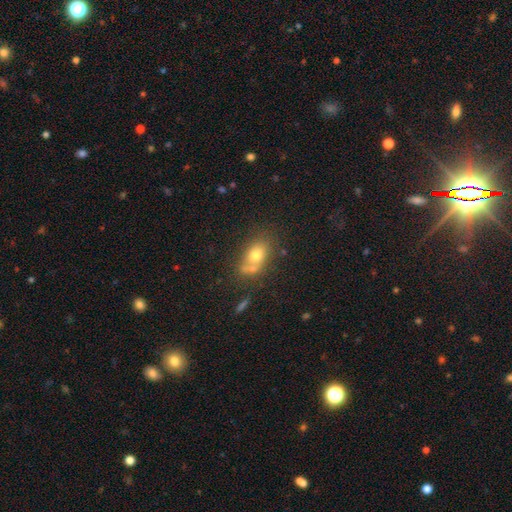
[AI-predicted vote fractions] A smooth galaxy with no disk features (71%) that is in between round and cigar-shaped (73%). Merging: none (43%).